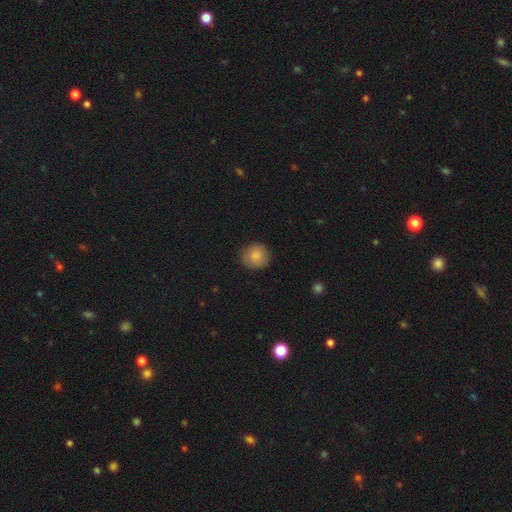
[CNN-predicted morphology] Overall: smooth (84%). How rounded: round (91%). Merging: none (85%).